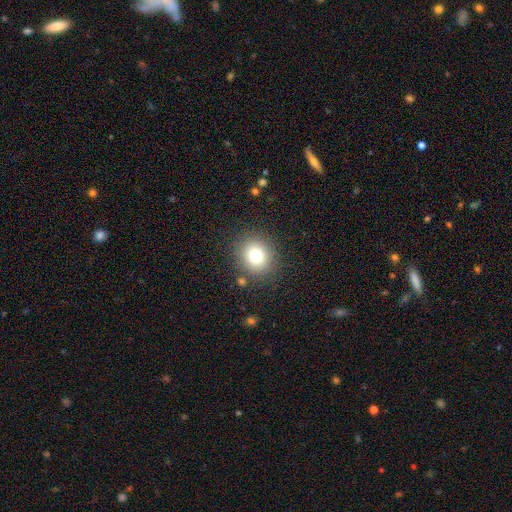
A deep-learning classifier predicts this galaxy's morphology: Overall: smooth (77%). How rounded: round (77%). Merging: none (86%).